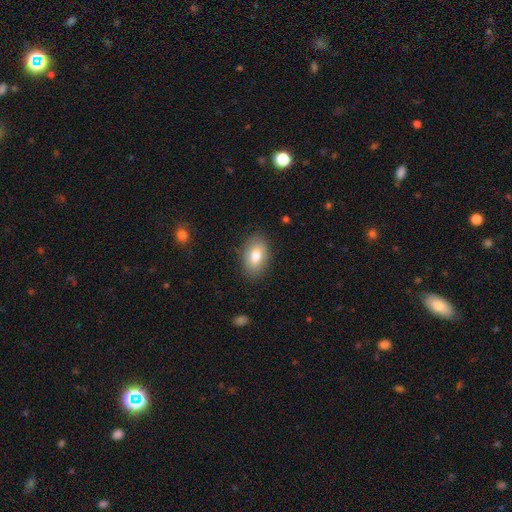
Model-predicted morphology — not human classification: Q: Smooth or featured?
A: smooth (79%); runner-up: featured or disk (14%)
Q: How rounded?
A: in between (87%); runner-up: round (11%)
Q: Merging?
A: none (85%); runner-up: minor disturbance (11%)